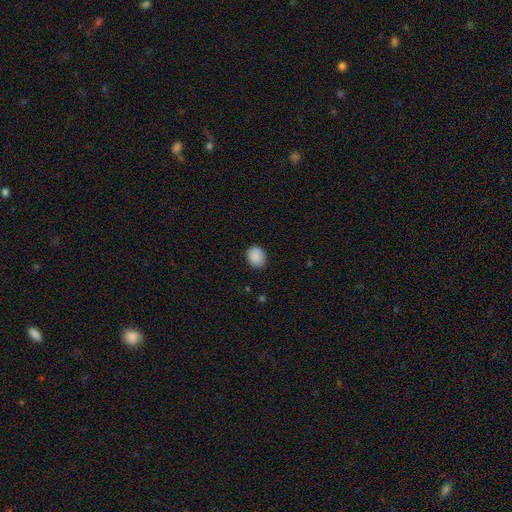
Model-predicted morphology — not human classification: Smooth or featured: smooth — 89% (star or artifact — 8%)
How rounded: round — 59% (in between — 40%)
Merging: none — 84% (minor disturbance — 13%)